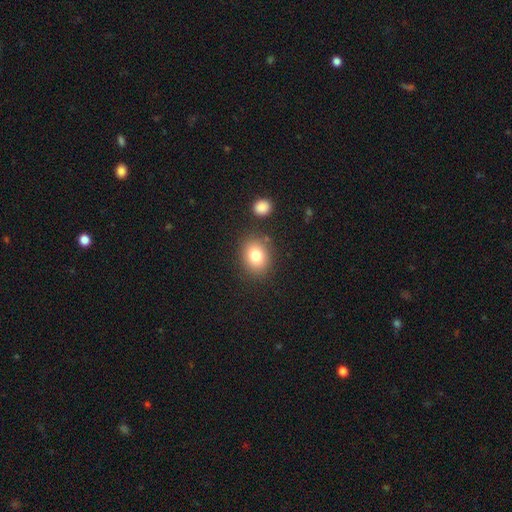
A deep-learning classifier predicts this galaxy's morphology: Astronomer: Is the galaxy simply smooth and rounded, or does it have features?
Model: smooth — 81%.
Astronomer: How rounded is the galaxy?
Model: in between — 50% (runner-up: round, 49%).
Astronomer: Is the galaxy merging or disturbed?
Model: none — 82%.